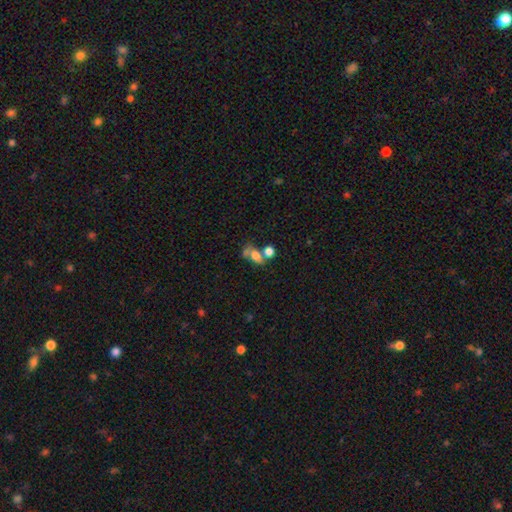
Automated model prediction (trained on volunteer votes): Overall: smooth (63%; featured or disk 23%). How rounded: in between (71%). Merging: merger (45%; none 27%).